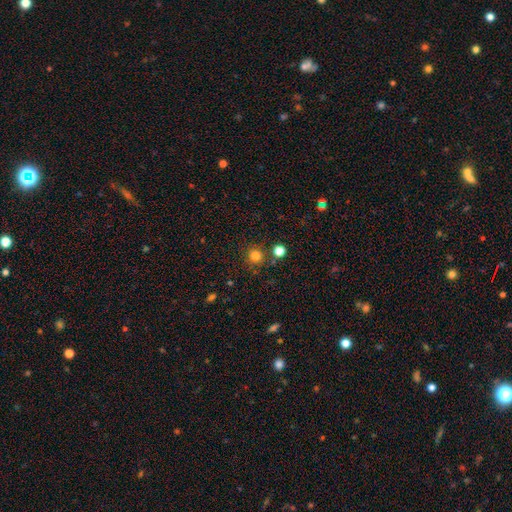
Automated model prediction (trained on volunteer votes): smooth_or_featured: smooth (p=0.79) [alt: star or artifact p=0.15]
how_rounded: round (p=0.93) [alt: in between p=0.06]
merging: none (p=0.82) [alt: minor disturbance p=0.08]